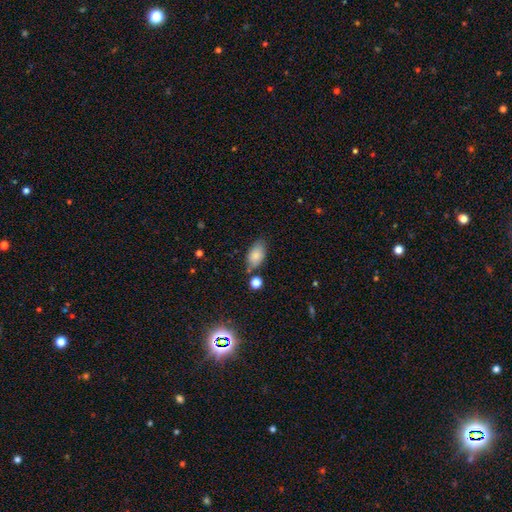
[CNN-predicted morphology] smooth_or_featured: smooth (p=0.84) [alt: star or artifact p=0.08]
how_rounded: in between (p=0.91) [alt: round p=0.06]
merging: none (p=0.72) [alt: minor disturbance p=0.18]